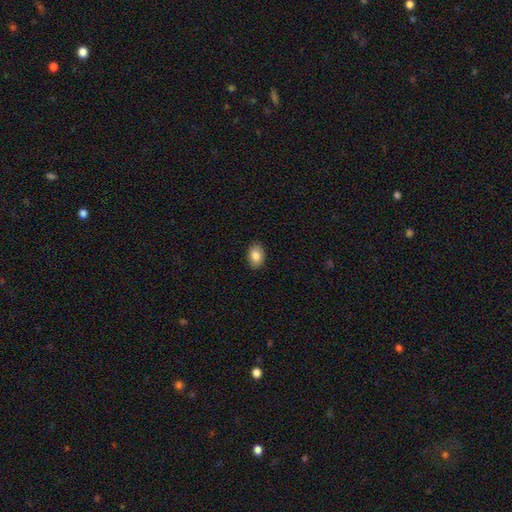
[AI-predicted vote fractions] Smooth or featured? smooth (85%)
How rounded? in between (81%)
Merging? none (89%)